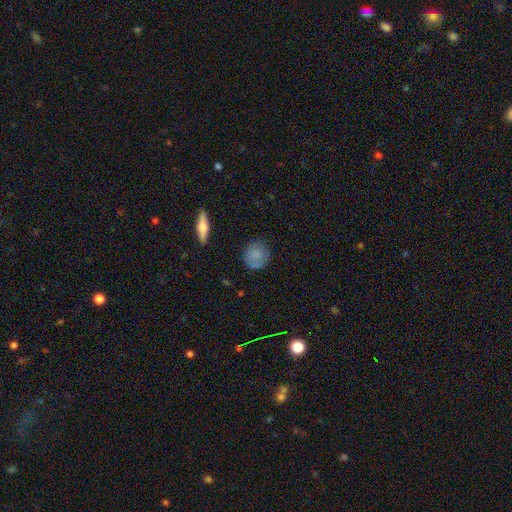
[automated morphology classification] type=smooth (78%); roundness=round (85%); merging=none (77%).